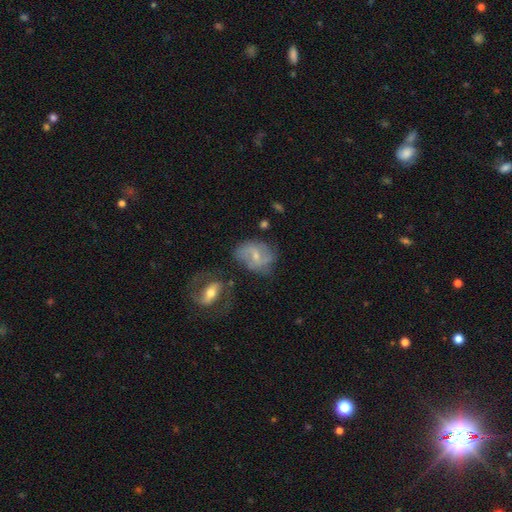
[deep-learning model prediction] smooth_or_featured: featured or disk (p=0.65) [alt: smooth p=0.26]
disk_edge_on: no (p=0.95) [alt: yes p=0.05]
bar: weak (p=0.49) [alt: no p=0.32]
has_spiral_arms: yes (p=0.80) [alt: no p=0.20]
bulge_size: small (p=0.58) [alt: moderate p=0.35]
merging: none (p=0.59) [alt: minor disturbance p=0.21]